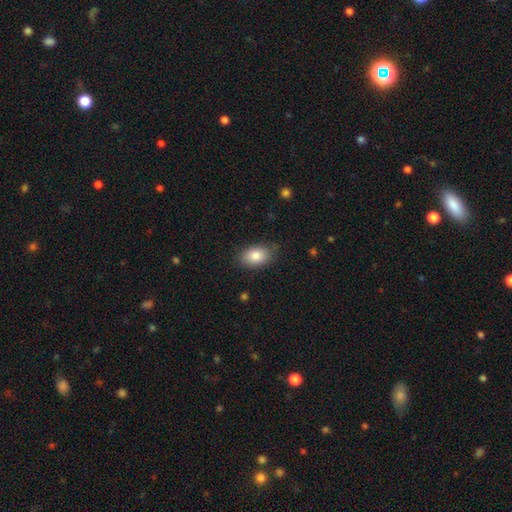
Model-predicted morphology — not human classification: This appears to be a smooth galaxy with no disk features (84%) that is in between round and cigar-shaped (88%). Merging: none (80%).